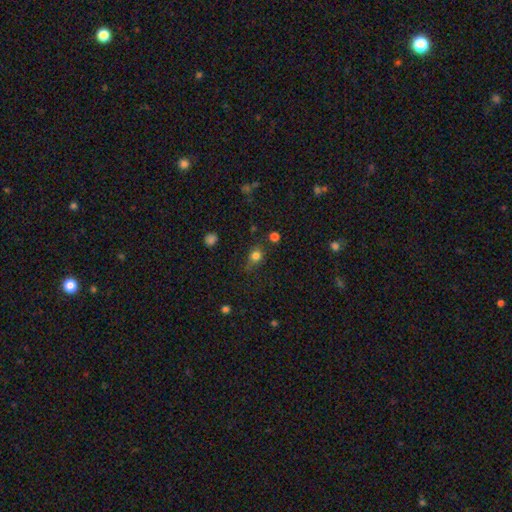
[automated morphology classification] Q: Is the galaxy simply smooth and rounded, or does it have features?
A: smooth — 79%.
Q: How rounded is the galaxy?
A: round — 69%.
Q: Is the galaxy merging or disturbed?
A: none — 73%.